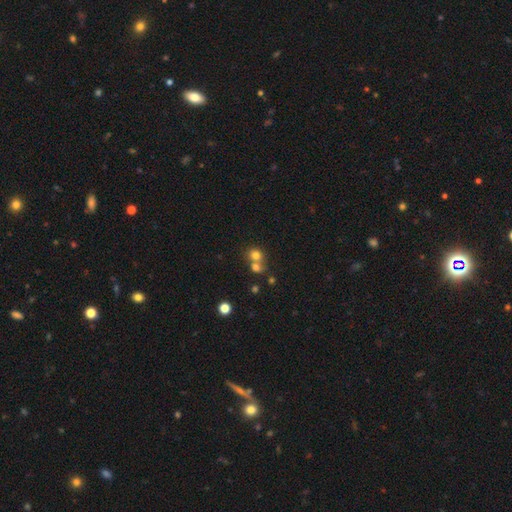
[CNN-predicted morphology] This appears to be a smooth galaxy with no disk features (76%) that is round (81%). Merging: merger (50%).